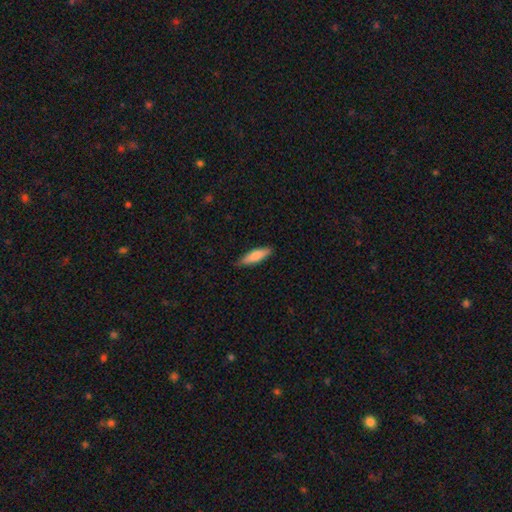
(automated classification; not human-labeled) A smooth galaxy with no disk features (78%) that is cigar-shaped (61%).

Vote fractions:
- Smooth or featured? smooth: 78% / featured or disk: 16% / star or artifact: 6%
- How rounded? cigar-shaped: 61% / in between: 37% / round: 2%
- Merging? none: 83% / minor disturbance: 14% / major disturbance: 2% / merger: 1%